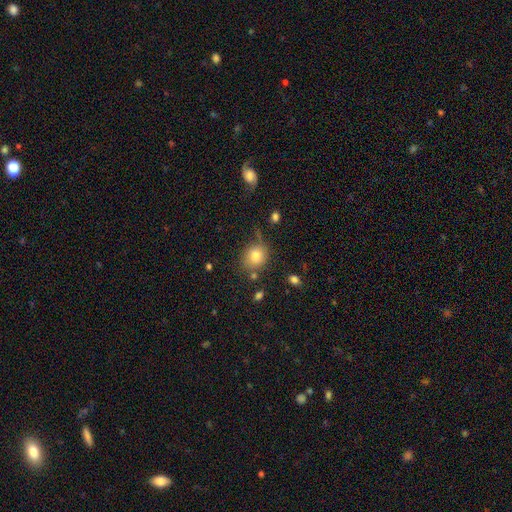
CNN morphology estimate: Smooth or featured? smooth (81%)
How rounded? round (71%)
Merging? none (68%)